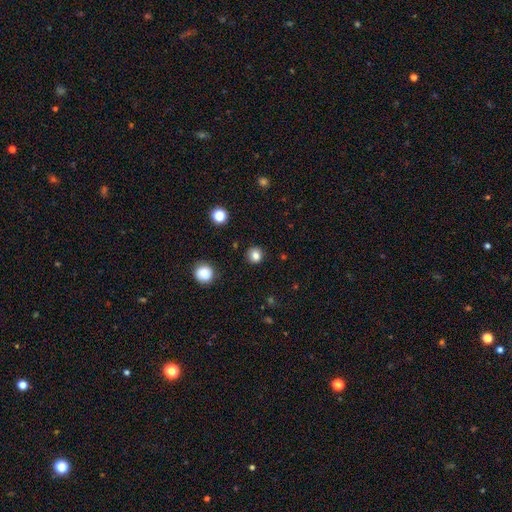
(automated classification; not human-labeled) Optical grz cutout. It shows a smooth galaxy with no disk features (82%) that is round (90%). Merging: none (89%).